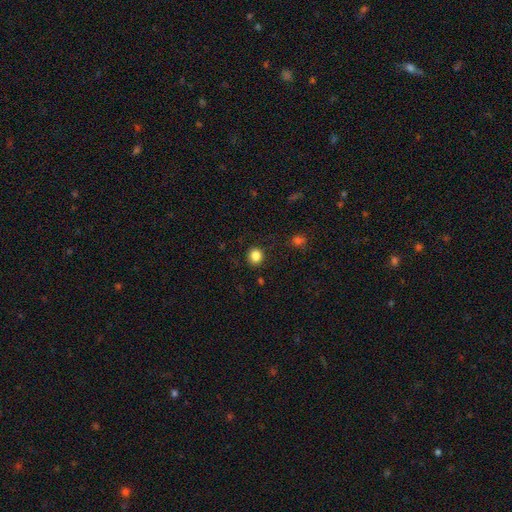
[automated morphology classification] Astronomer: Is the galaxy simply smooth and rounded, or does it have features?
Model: smooth — 85%.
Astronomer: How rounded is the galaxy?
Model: round — 82%.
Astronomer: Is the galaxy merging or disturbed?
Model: none — 88%.